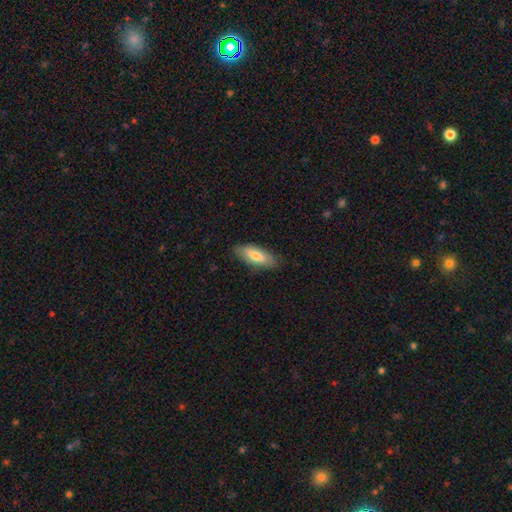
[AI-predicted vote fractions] smooth-or-featured: smooth: 73% | featured or disk: 21% | star or artifact: 5%
  how-rounded: in between: 73% | cigar-shaped: 25% | round: 2%
  merging: none: 81% | minor disturbance: 15% | major disturbance: 3% | merger: 1%